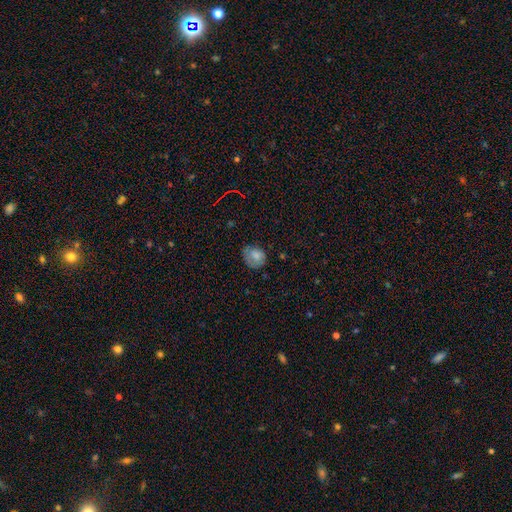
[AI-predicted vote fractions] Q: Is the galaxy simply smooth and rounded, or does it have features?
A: smooth — 76%.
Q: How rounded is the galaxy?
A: round — 60%.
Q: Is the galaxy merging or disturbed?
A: none — 58%.